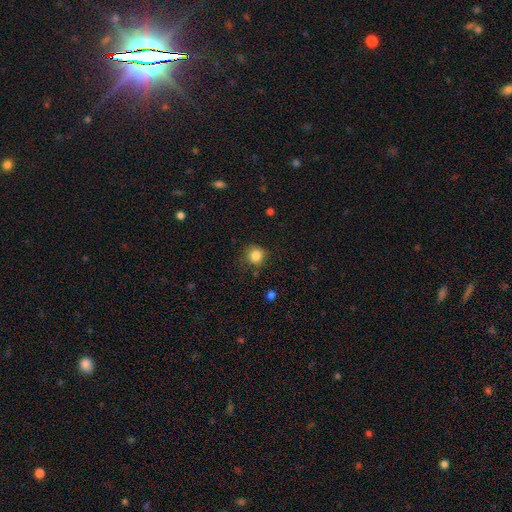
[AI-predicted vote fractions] Smooth or featured?
  - smooth: 85% *
  - star or artifact: 11%
  - featured or disk: 5%
How rounded?
  - round: 89% *
  - in between: 10%
  - cigar-shaped: 1%
Merging?
  - none: 78% *
  - minor disturbance: 16%
  - major disturbance: 4%
  - merger: 2%